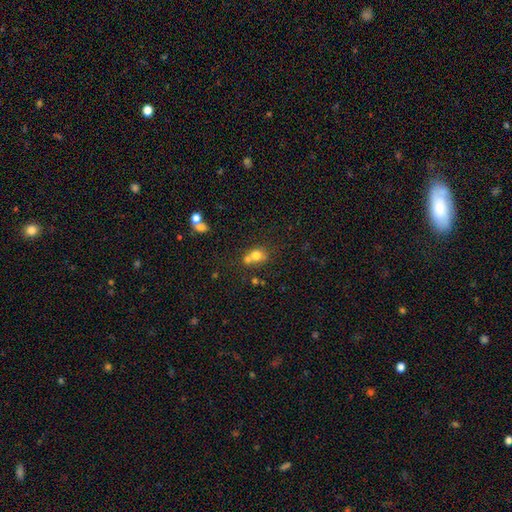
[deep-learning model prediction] Morphology: type=smooth (73%); roundness=round (72%); merging=merger (47%).